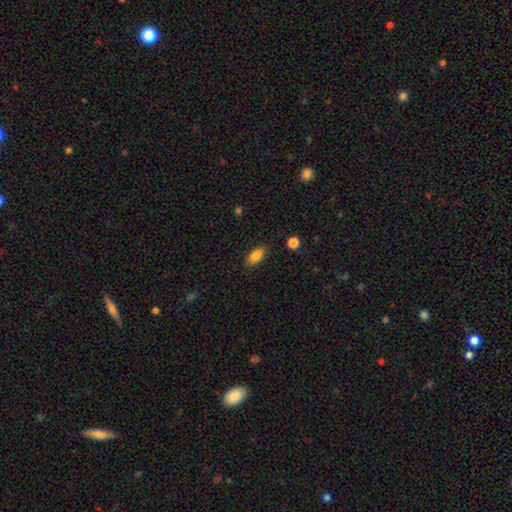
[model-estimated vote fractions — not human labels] smooth-or-featured: smooth: 84% | star or artifact: 8% | featured or disk: 8%
  how-rounded: in between: 87% | cigar-shaped: 9% | round: 5%
  merging: none: 85% | minor disturbance: 11% | major disturbance: 3% | merger: 1%